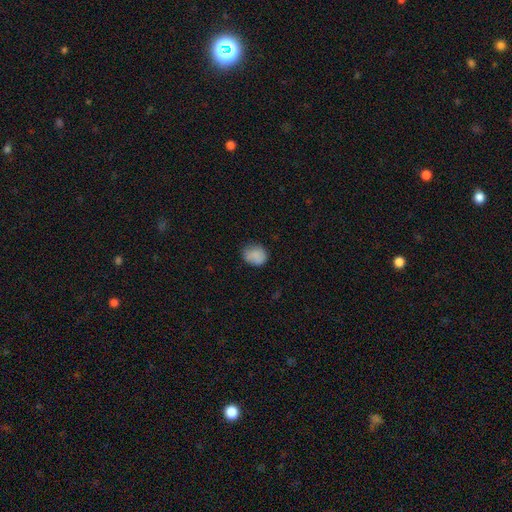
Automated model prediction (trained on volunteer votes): This appears to be a smooth galaxy with no disk features (81%) that is round (63%). Merging: none (71%).